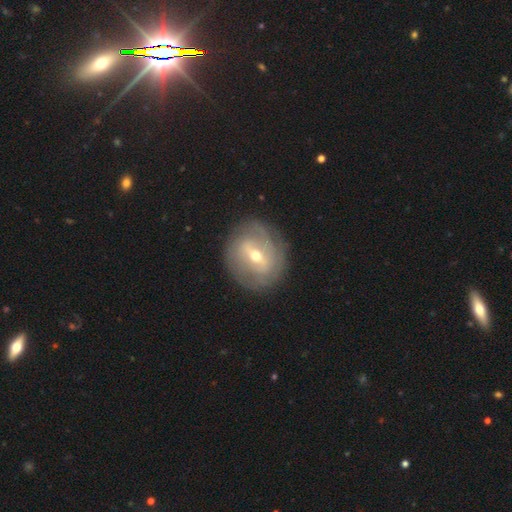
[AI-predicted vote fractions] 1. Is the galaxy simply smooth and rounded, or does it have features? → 74% featured or disk, 19% smooth, 7% star or artifact.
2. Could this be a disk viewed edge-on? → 94% no, 6% yes.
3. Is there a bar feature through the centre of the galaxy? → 43% weak, 40% strong, 17% no.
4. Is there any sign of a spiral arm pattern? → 69% yes, 31% no.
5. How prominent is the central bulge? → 53% moderate, 43% small, 2% large, 1% dominant, 1% none.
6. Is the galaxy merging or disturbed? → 81% none, 13% minor disturbance, 5% major disturbance, 1% merger.